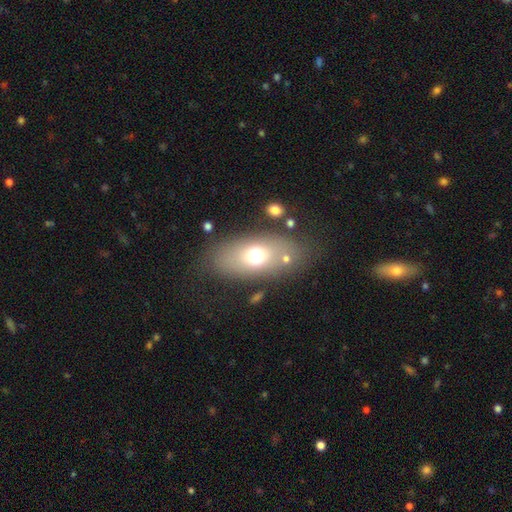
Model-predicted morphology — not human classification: A smooth galaxy with no disk features (67%) that is in between round and cigar-shaped (84%).

Vote fractions:
- Smooth or featured? smooth: 67% / featured or disk: 21% / star or artifact: 12%
- How rounded? in between: 84% / round: 11% / cigar-shaped: 5%
- Merging? none: 76% / minor disturbance: 12% / major disturbance: 7% / merger: 5%